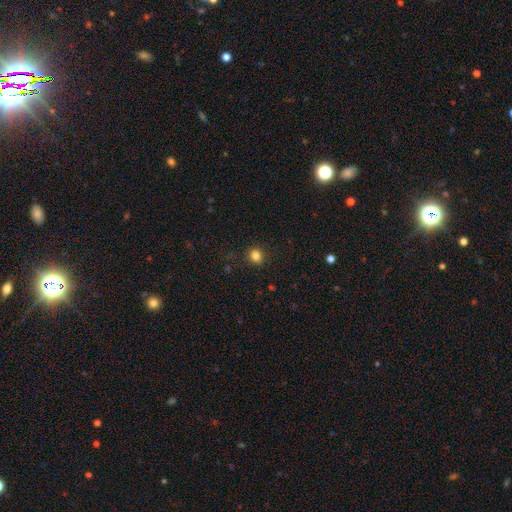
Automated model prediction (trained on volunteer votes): smooth 82%, star or artifact 13%, featured or disk 5%. Down the decision tree: how rounded — round (84%); merging — none (89%).